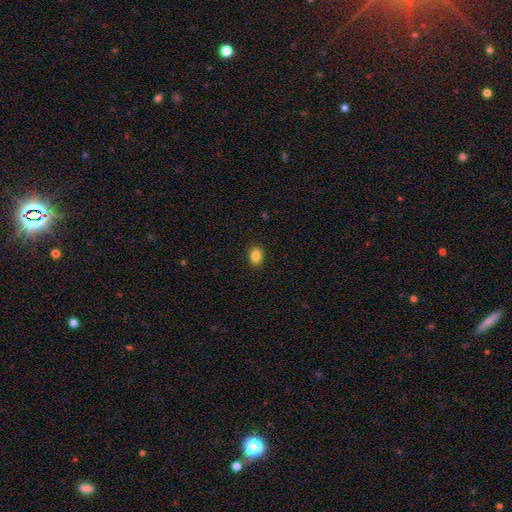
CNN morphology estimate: This appears to be a smooth galaxy with no disk features (86%) that is in between round and cigar-shaped (74%). Merging: none (89%).